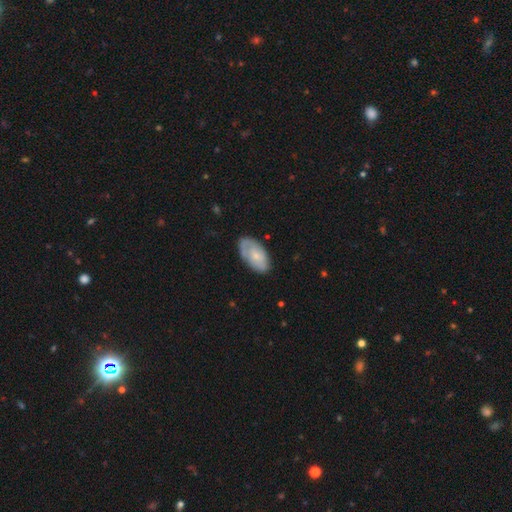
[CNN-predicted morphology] smooth-or-featured: smooth: 55% | featured or disk: 39% | star or artifact: 6%
  how-rounded: in between: 94% | round: 3% | cigar-shaped: 3%
  merging: none: 71% | minor disturbance: 22% | major disturbance: 6% | merger: 2%